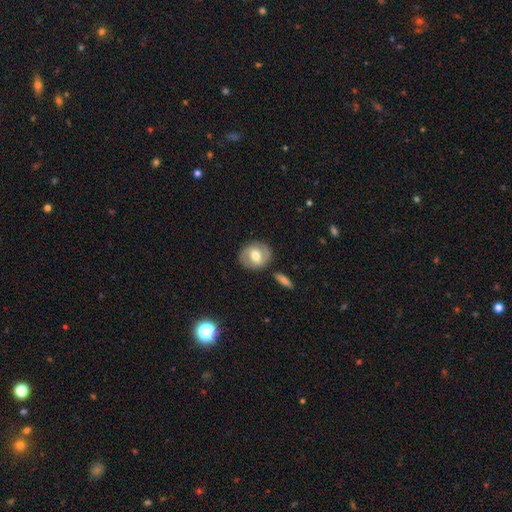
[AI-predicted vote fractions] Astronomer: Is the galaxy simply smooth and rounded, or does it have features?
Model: featured or disk — 48% (runner-up: smooth, 45%).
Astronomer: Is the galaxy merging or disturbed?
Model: none — 83%.